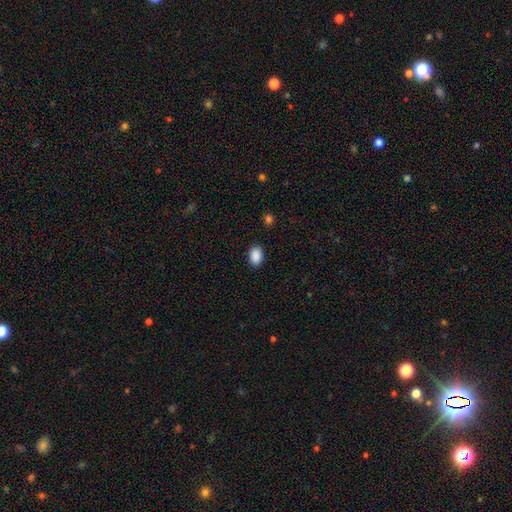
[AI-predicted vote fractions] smooth 90%, star or artifact 8%, featured or disk 2%. Down the decision tree: how rounded — in between (86%); merging — none (89%).